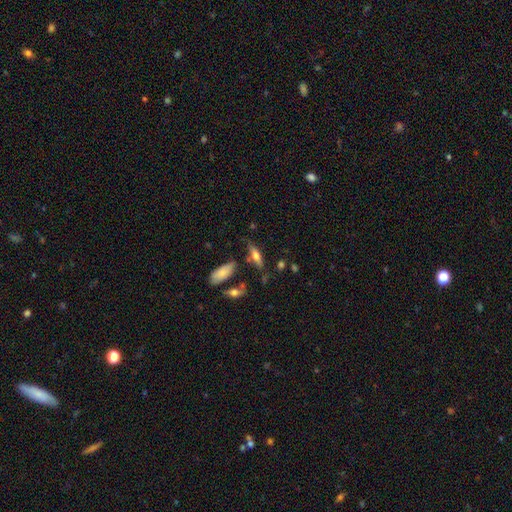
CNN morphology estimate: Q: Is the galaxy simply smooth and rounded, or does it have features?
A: smooth — 55%.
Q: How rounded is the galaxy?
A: in between — 50%.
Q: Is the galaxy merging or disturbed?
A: none — 66%.